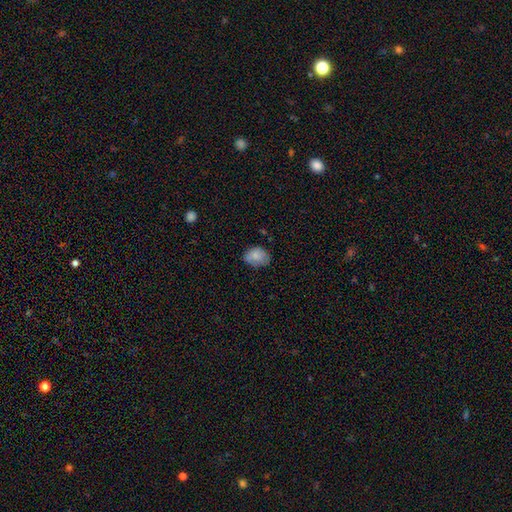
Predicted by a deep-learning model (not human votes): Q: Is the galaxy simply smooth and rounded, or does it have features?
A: smooth — 81%.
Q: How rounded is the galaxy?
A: in between — 64%.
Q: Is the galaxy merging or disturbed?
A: none — 66%.